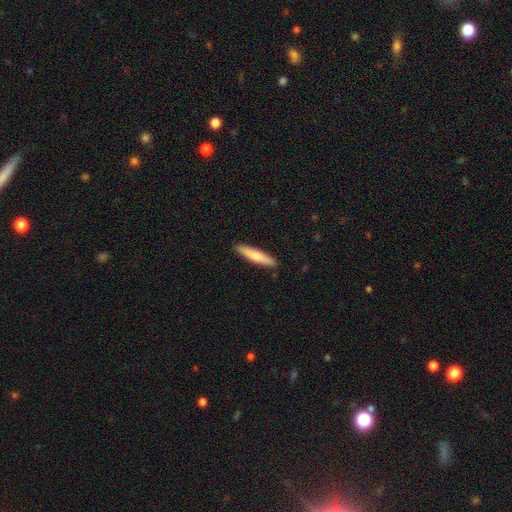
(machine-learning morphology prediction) smooth_or_featured: smooth (p=0.73) [alt: featured or disk p=0.22]
how_rounded: cigar-shaped (p=0.86) [alt: in between p=0.12]
merging: none (p=0.91) [alt: minor disturbance p=0.07]